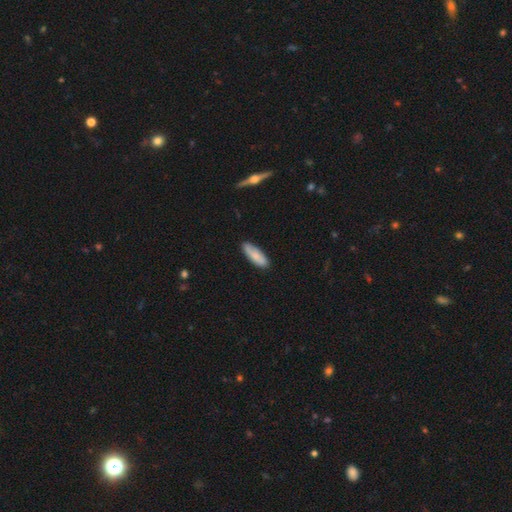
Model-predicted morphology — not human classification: A smooth galaxy with no disk features (80%) that is in between round and cigar-shaped (56%). Merging: none (82%).